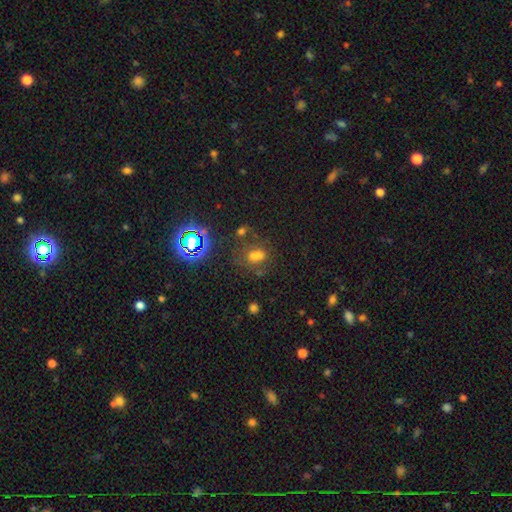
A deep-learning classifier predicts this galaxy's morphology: type=smooth (48%); merging=merger (42%).